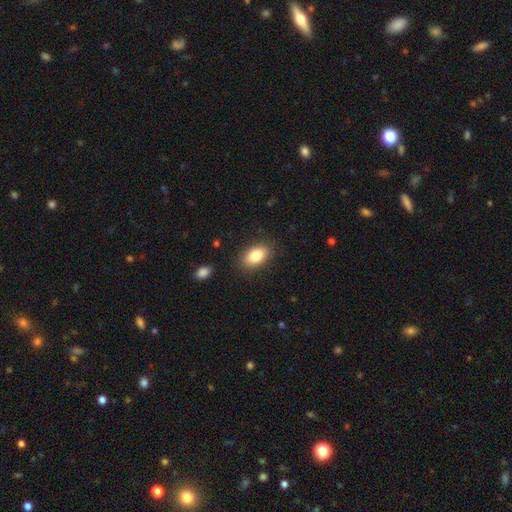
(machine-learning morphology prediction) Smooth or featured? smooth (84%)
How rounded? in between (88%)
Merging? none (86%)